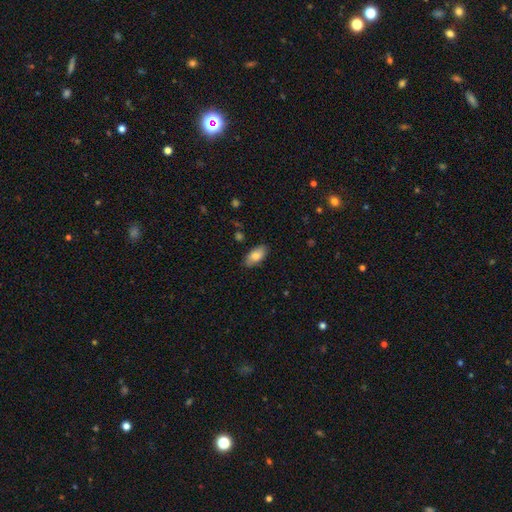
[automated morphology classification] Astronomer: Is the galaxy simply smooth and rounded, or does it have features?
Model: smooth — 81%.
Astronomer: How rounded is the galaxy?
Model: in between — 92%.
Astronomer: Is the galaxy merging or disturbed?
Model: none — 85%.